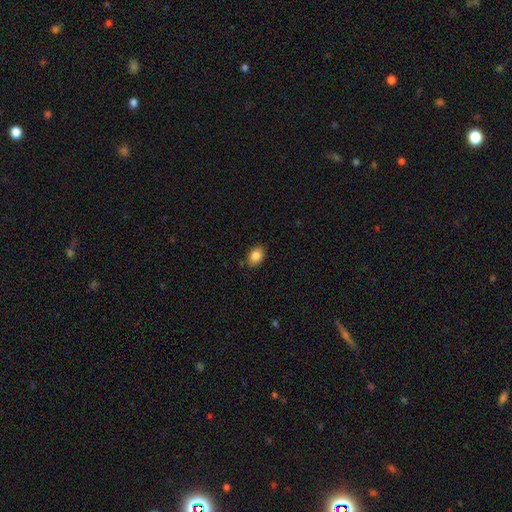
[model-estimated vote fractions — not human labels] smooth 86%, star or artifact 9%, featured or disk 6%. Down the decision tree: how rounded — in between (74%); merging — none (85%).